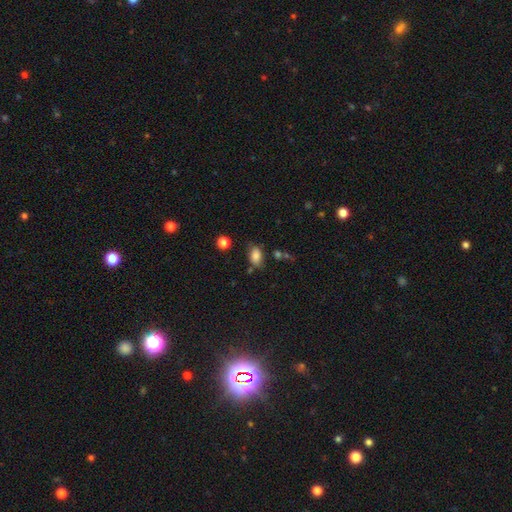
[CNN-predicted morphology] Smooth or featured: smooth — 81% (star or artifact — 10%)
How rounded: in between — 85% (round — 13%)
Merging: none — 65% (minor disturbance — 22%)